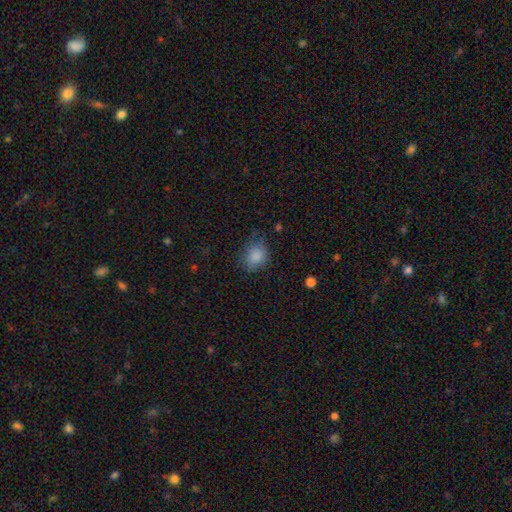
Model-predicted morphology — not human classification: smooth 85%, star or artifact 9%, featured or disk 6%. Down the decision tree: how rounded — round (57%); merging — none (64%).